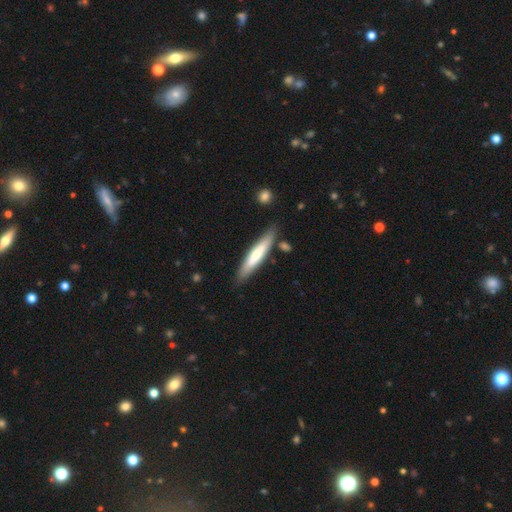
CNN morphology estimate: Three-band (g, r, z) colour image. It shows a smooth galaxy with no disk features (57%) that is cigar-shaped (87%). Merging: none (83%).